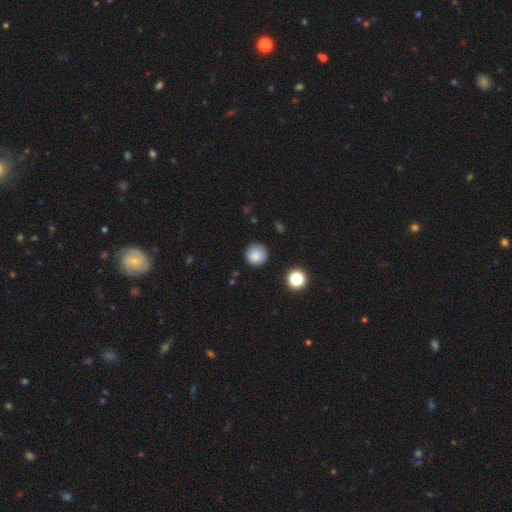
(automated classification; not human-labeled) The model was most divided on "smooth or featured": smooth: 85%, star or artifact: 11%, featured or disk: 5%. More confident: how rounded — round (94%); merging — none (87%).